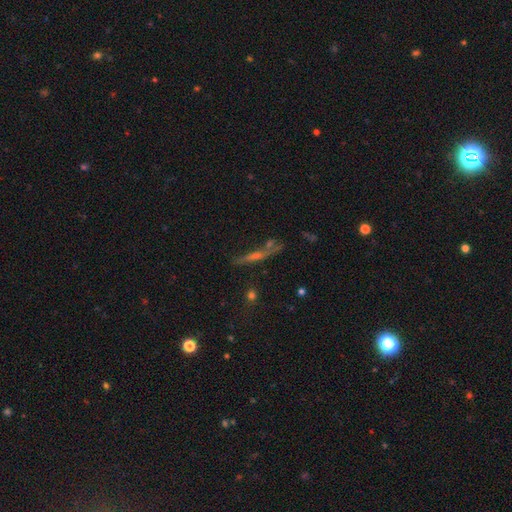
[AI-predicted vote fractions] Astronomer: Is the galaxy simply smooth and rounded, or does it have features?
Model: featured or disk — 46% (runner-up: smooth, 33%).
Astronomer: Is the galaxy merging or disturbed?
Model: none — 61%.